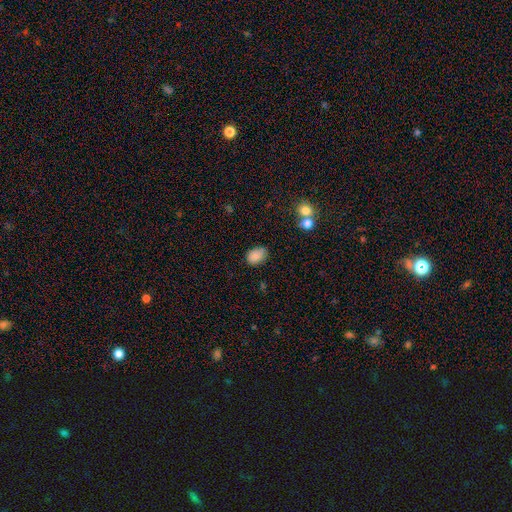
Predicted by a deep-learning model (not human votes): smooth_or_featured: smooth (p=0.86) [alt: star or artifact p=0.09]
how_rounded: in between (p=0.83) [alt: round p=0.16]
merging: none (p=0.73) [alt: minor disturbance p=0.21]